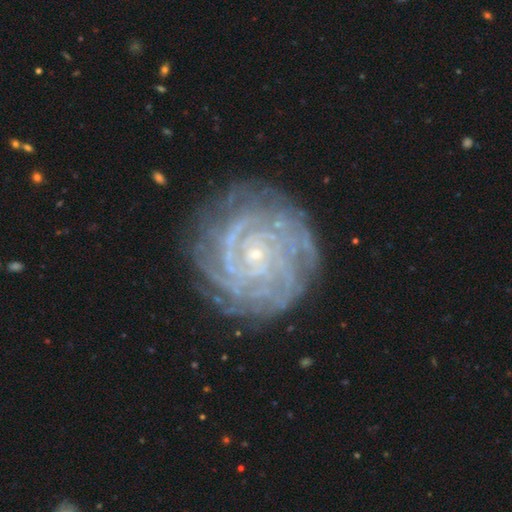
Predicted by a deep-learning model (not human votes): This is clearly a featured or disk galaxy (88%). It is clearly not viewed edge-on (97%). Bar: likely no (74%). Spiral arm pattern: clearly yes (97%). Spiral arm count: marginally can't tell (23%). Spiral winding: clearly tight (84%). Central bulge: clearly small (87%). Merging: clearly none (80%).